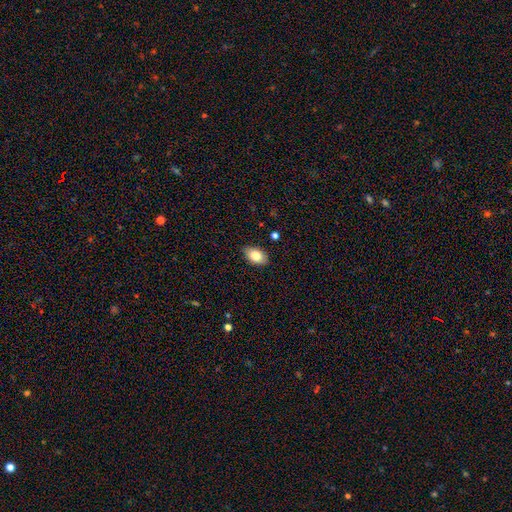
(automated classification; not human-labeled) smooth_or_featured: smooth (p=0.83) [alt: featured or disk p=0.10]
how_rounded: in between (p=0.91) [alt: round p=0.07]
merging: none (p=0.86) [alt: minor disturbance p=0.11]